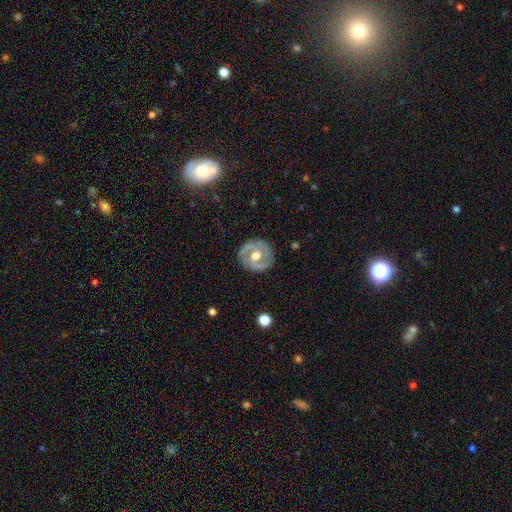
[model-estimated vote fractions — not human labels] A featured or disk galaxy (73%) with no bar (55%), 2 (73%) tight (51%) spiral arms (74%) and a moderate central bulge (72%).

Vote fractions:
- Smooth or featured? featured or disk: 73% / smooth: 22% / star or artifact: 5%
- Edge-on disk? no: 96% / yes: 4%
- Bar? no: 55% / weak: 35% / strong: 10%
- Spiral arms? yes: 74% / no: 26%
- Spiral winding? tight: 51% / medium: 37% / loose: 12%
- Spiral arm count? 2: 73% / can't tell: 13% / 1: 6% / 3: 5% / 4: 2% / more than 4: 2%
- Bulge size? moderate: 72% / large: 19% / small: 7% / none: 1% / dominant: 1%
- Merging? none: 83% / minor disturbance: 12% / major disturbance: 4% / merger: 1%